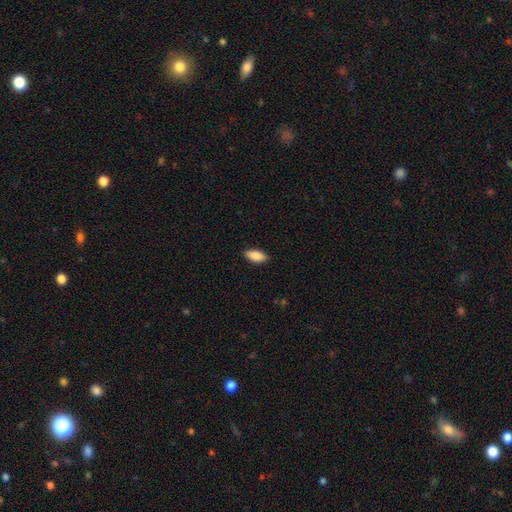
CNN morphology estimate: type=smooth (87%); roundness=in between (88%); merging=none (88%).